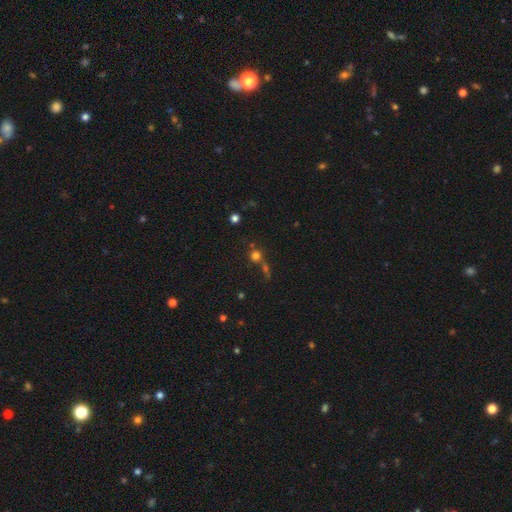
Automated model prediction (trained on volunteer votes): smooth 64%, star or artifact 25%, featured or disk 10%. Down the decision tree: how rounded — round (90%); merging — none (56%).